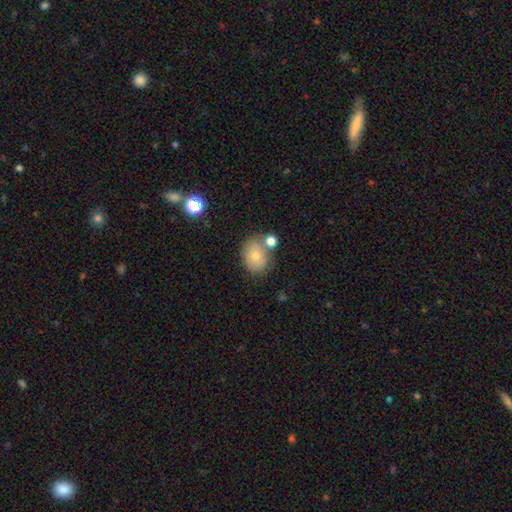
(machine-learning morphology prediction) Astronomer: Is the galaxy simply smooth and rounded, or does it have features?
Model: smooth — 73%.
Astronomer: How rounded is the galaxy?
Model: round — 55% (runner-up: in between, 44%).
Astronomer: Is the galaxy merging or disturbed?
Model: none — 59%.